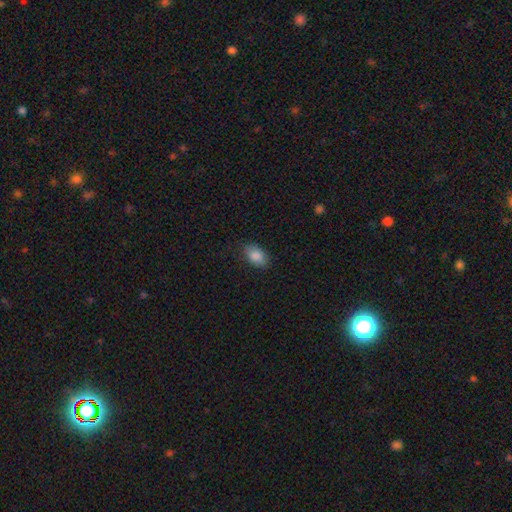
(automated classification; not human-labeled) A smooth galaxy with no disk features (88%) that is in between round and cigar-shaped (90%).

Vote fractions:
- Smooth or featured? smooth: 88% / star or artifact: 8% / featured or disk: 5%
- How rounded? in between: 90% / round: 9% / cigar-shaped: 2%
- Merging? none: 83% / minor disturbance: 13% / major disturbance: 3% / merger: 1%